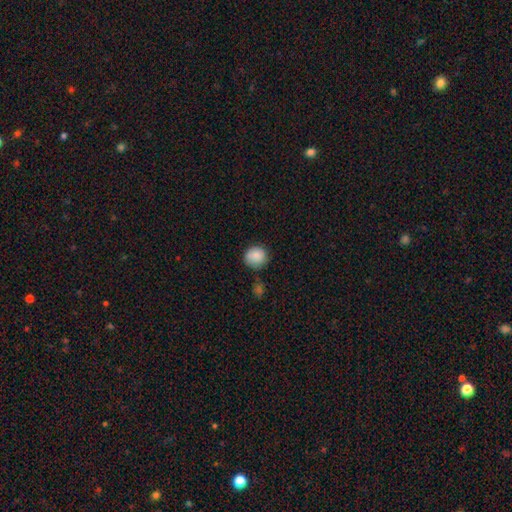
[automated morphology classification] This appears to be a smooth galaxy with no disk features (85%) that is round (87%). Merging: none (73%).